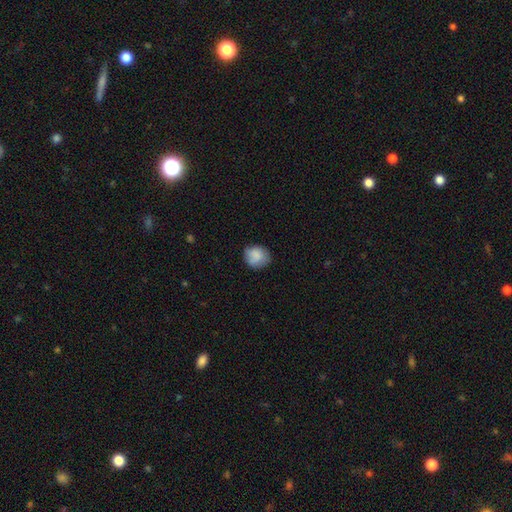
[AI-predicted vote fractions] A smooth galaxy with no disk features (82%) that is round (76%).

Vote fractions:
- Smooth or featured? smooth: 82% / featured or disk: 10% / star or artifact: 7%
- How rounded? round: 76% / in between: 23% / cigar-shaped: 1%
- Merging? none: 71% / minor disturbance: 23% / major disturbance: 5% / merger: 1%